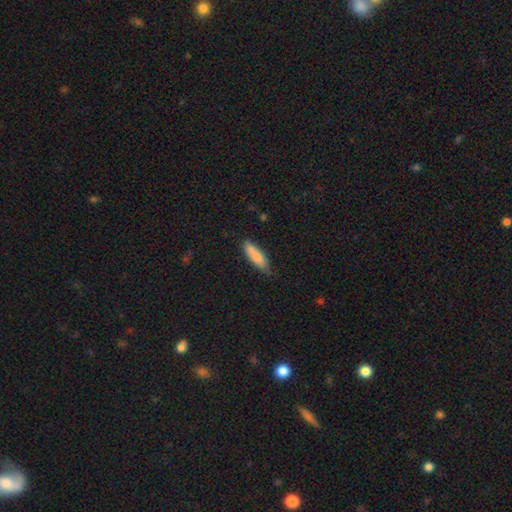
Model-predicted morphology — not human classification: Smooth or featured?
  - smooth: 79% *
  - featured or disk: 14%
  - star or artifact: 6%
How rounded?
  - cigar-shaped: 53% *
  - in between: 45%
  - round: 2%
Merging?
  - none: 71% *
  - minor disturbance: 20%
  - merger: 5%
  - major disturbance: 3%